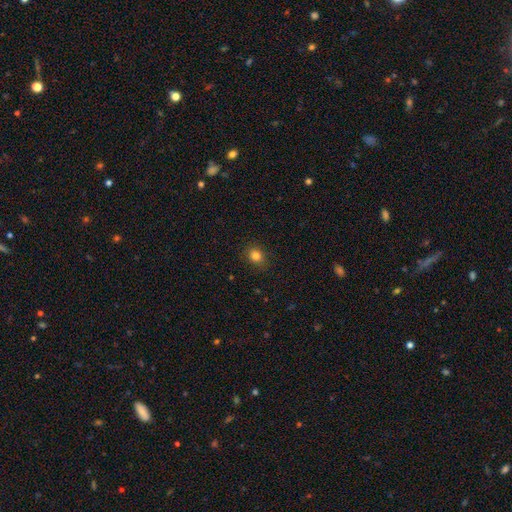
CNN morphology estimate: smooth 81%, star or artifact 13%, featured or disk 6%. Down the decision tree: how rounded — round (66%); merging — none (87%).